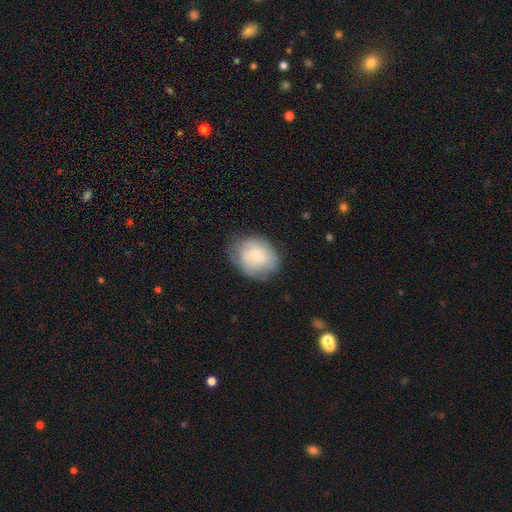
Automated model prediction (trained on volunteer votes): Smooth or featured?
  - smooth: 53% *
  - featured or disk: 40%
  - star or artifact: 7%
How rounded?
  - round: 52% *
  - in between: 47%
  - cigar-shaped: 1%
Merging?
  - none: 67% *
  - minor disturbance: 24%
  - major disturbance: 8%
  - merger: 1%